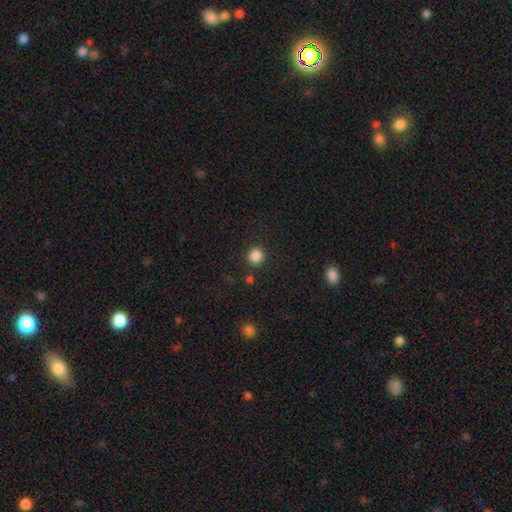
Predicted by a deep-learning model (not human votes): This appears to be a smooth galaxy with no disk features (86%) that is round (94%). Merging: none (88%).